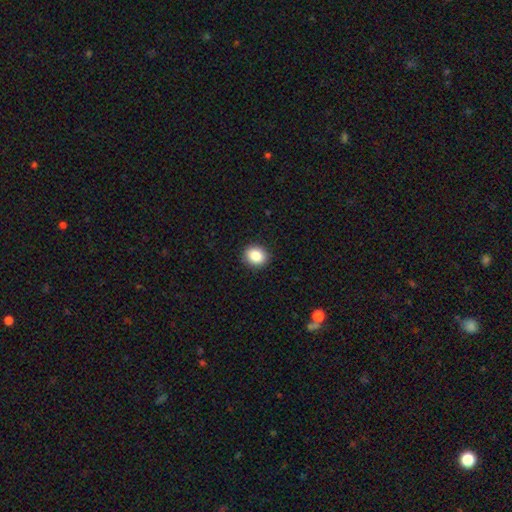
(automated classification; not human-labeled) Smooth or featured?
  - smooth: 86% *
  - star or artifact: 9%
  - featured or disk: 5%
How rounded?
  - round: 71% *
  - in between: 28%
  - cigar-shaped: 1%
Merging?
  - none: 91% *
  - minor disturbance: 6%
  - major disturbance: 2%
  - merger: 1%